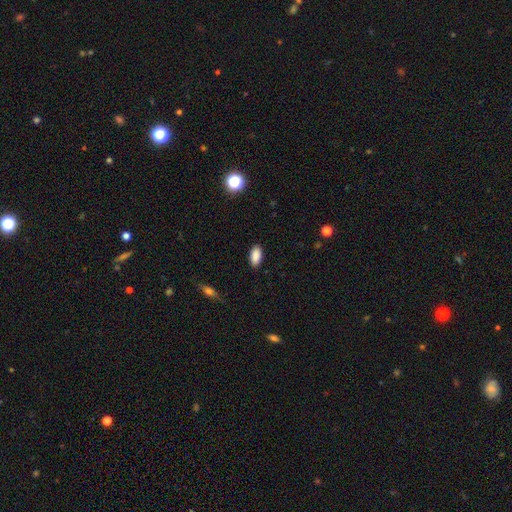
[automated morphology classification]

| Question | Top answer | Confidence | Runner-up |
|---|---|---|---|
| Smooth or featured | smooth | 88% | star or artifact (8%) |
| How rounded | in between | 92% | cigar-shaped (5%) |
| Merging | none | 88% | minor disturbance (9%) |